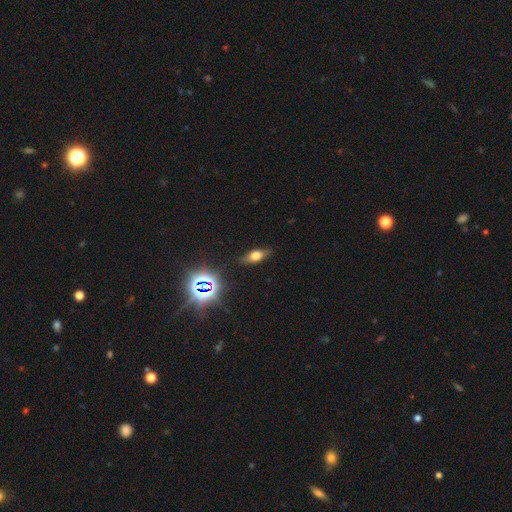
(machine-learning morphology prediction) This appears to be a smooth galaxy with no disk features (52%) that is in between round and cigar-shaped (67%). Merging: none (82%).